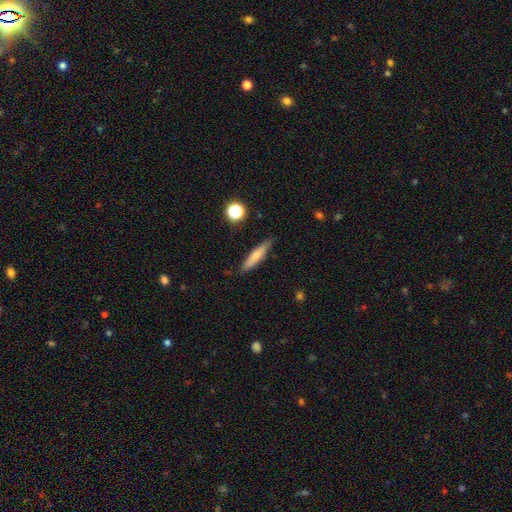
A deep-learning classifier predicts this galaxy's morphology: Q: Smooth or featured?
A: smooth (64%); runner-up: featured or disk (28%)
Q: How rounded?
A: cigar-shaped (84%); runner-up: in between (14%)
Q: Merging?
A: none (84%); runner-up: minor disturbance (12%)